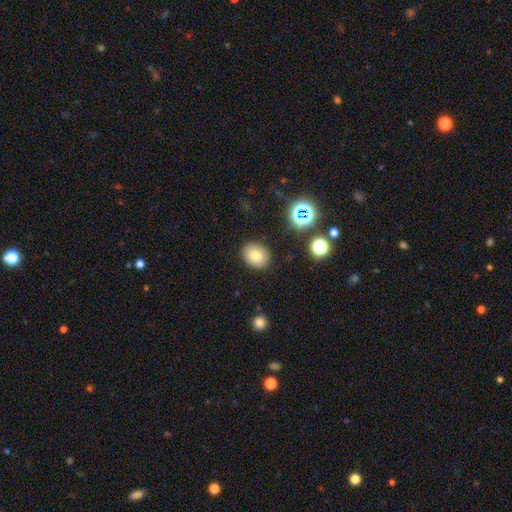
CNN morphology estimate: Smooth or featured: smooth — 80% (star or artifact — 12%)
How rounded: round — 51% (in between — 48%)
Merging: none — 87% (minor disturbance — 9%)